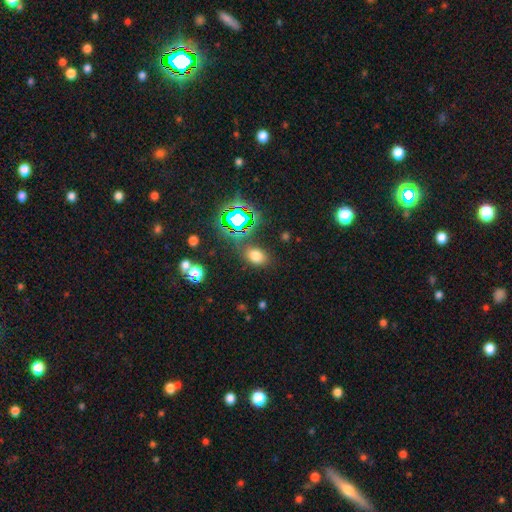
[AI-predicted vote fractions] Morphology: type=smooth (68%); roundness=in between (75%); merging=none (78%).